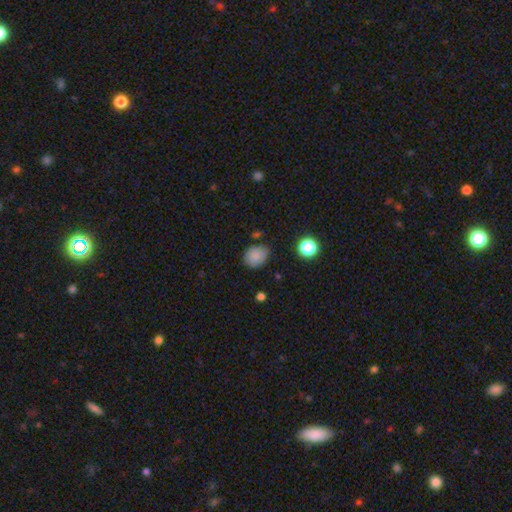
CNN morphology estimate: This appears to be a smooth galaxy with no disk features (84%) that is round (58%). Merging: none (71%).